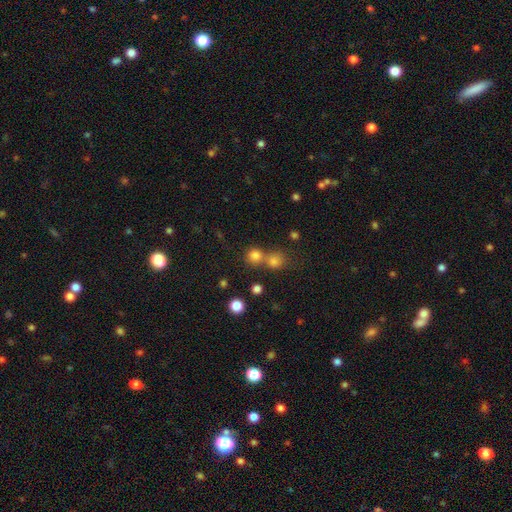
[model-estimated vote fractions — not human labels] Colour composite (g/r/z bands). It shows a smooth galaxy with no disk features (77%) that is round (89%). Merging: none (54%).